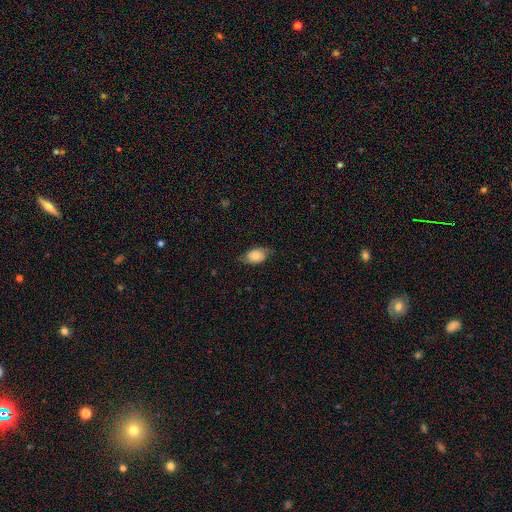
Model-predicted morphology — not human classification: smooth_or_featured: smooth (p=0.67) [alt: featured or disk p=0.26]
how_rounded: in between (p=0.84) [alt: round p=0.14]
merging: none (p=0.67) [alt: minor disturbance p=0.24]